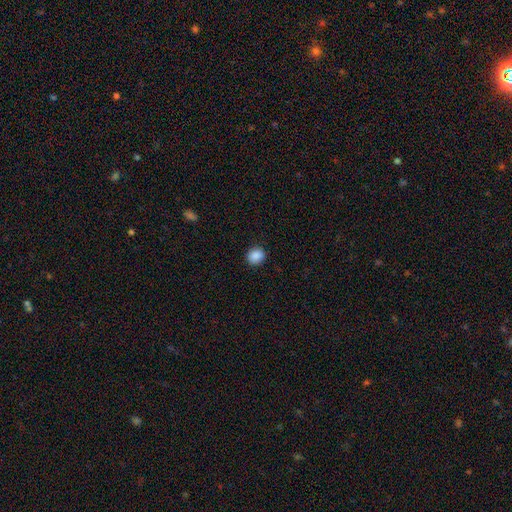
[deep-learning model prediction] Smooth or featured? Predicted: smooth (p=0.89). How rounded? Predicted: round (p=0.76). Merging? Predicted: none (p=0.90).